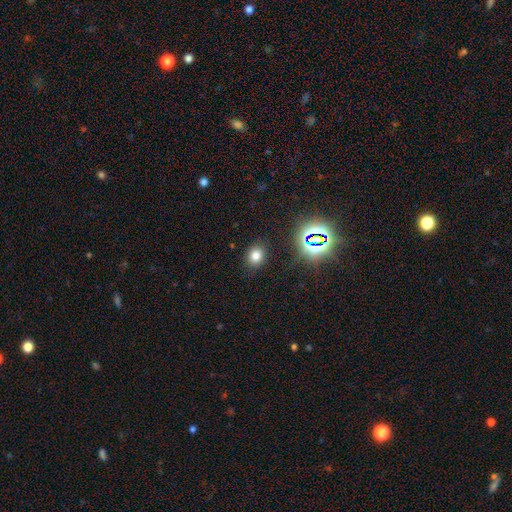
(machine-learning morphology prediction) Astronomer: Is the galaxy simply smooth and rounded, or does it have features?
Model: smooth — 73%.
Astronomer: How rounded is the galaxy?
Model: round — 54% (runner-up: in between, 45%).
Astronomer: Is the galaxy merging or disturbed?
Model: none — 86%.